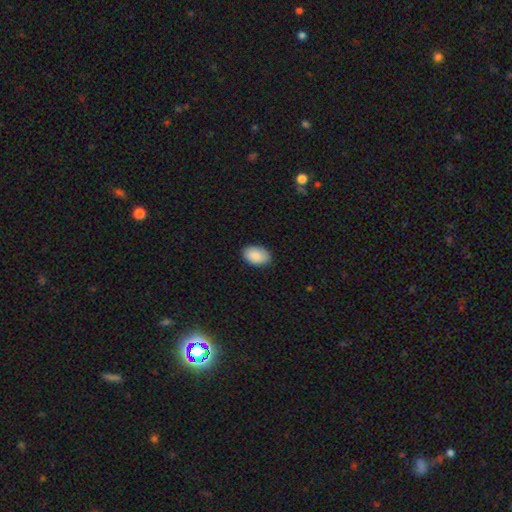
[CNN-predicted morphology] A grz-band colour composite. It shows a smooth galaxy with no disk features (87%) that is in between round and cigar-shaped (90%). Merging: none (85%).